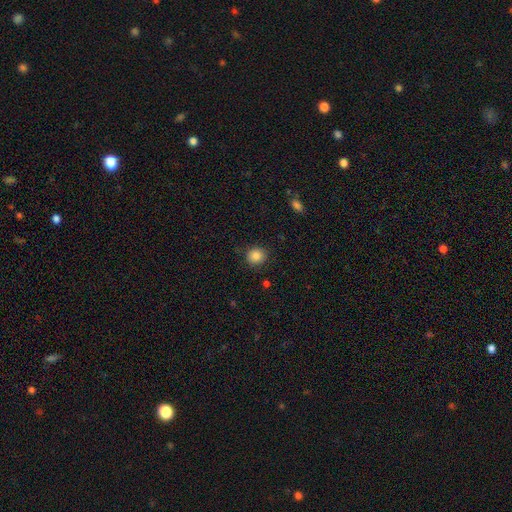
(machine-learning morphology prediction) Smooth or featured? Predicted: smooth (p=0.85). How rounded? Predicted: round (p=0.88). Merging? Predicted: none (p=0.88).